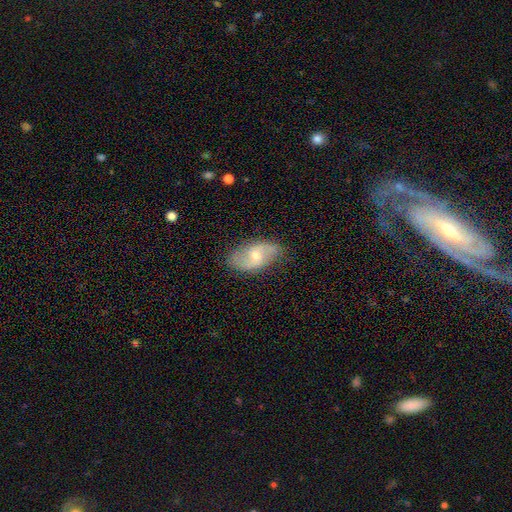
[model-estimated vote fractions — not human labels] Smooth or featured?
  - featured or disk: 68% *
  - smooth: 26%
  - star or artifact: 6%
Edge-on disk?
  - no: 95% *
  - yes: 5%
Bar?
  - weak: 48% *
  - no: 42%
  - strong: 9%
Spiral arms?
  - yes: 90% *
  - no: 10%
Spiral winding?
  - loose: 54% *
  - medium: 35%
  - tight: 11%
Spiral arm count?
  - 2: 89% *
  - can't tell: 6%
  - 1: 2%
  - 3: 1%
  - 4: 1%
  - more than 4: 1%
Bulge size?
  - moderate: 52% *
  - small: 42%
  - none: 3%
  - large: 3%
  - dominant: 1%
Merging?
  - none: 80% *
  - minor disturbance: 15%
  - major disturbance: 4%
  - merger: 1%